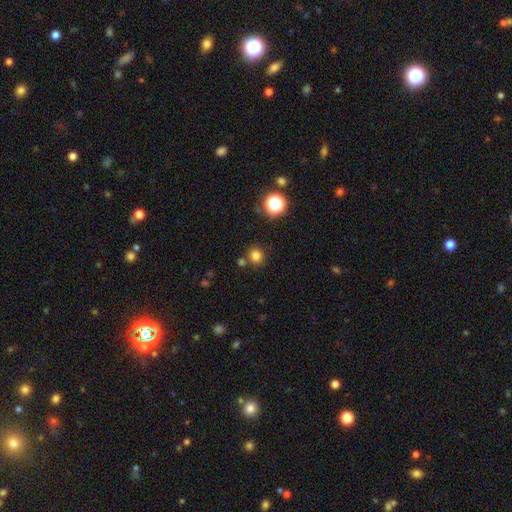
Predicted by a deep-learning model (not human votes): A smooth galaxy with no disk features (79%) that is round (89%). Merging: none (79%).